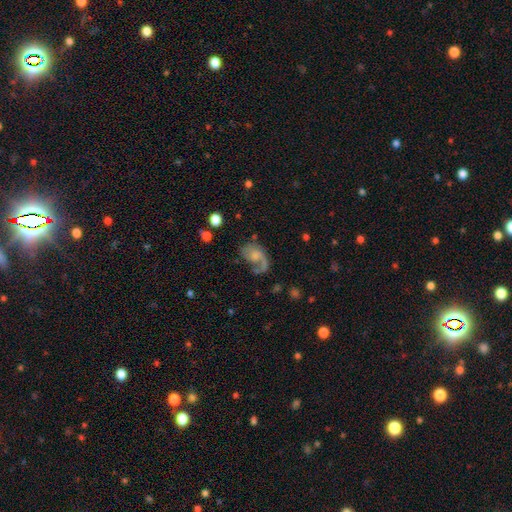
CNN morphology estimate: Smooth or featured? featured or disk (64%)
Edge-on disk? no (97%)
Bar? no (72%)
Spiral arms? yes (86%)
Spiral winding? loose (52%)
Spiral arm count? 1 (71%)
Bulge size? small (33%)
Merging? none (39%)